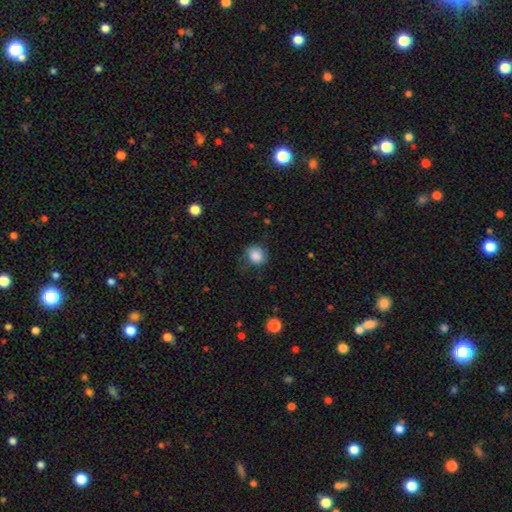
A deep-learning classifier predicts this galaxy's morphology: The model was most divided on "merging": none: 66%, minor disturbance: 24%, major disturbance: 9%, merger: 1%. More confident: smooth or featured — smooth (84%); how rounded — round (78%).